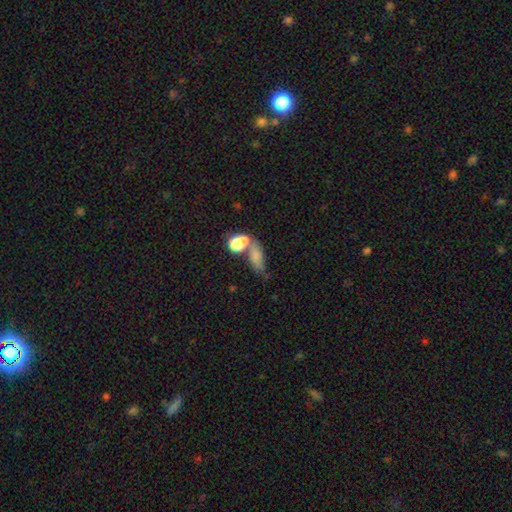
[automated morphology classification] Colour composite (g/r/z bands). It shows a smooth galaxy with no disk features (71%) that is in between round and cigar-shaped (74%). Merging: merger (45%).